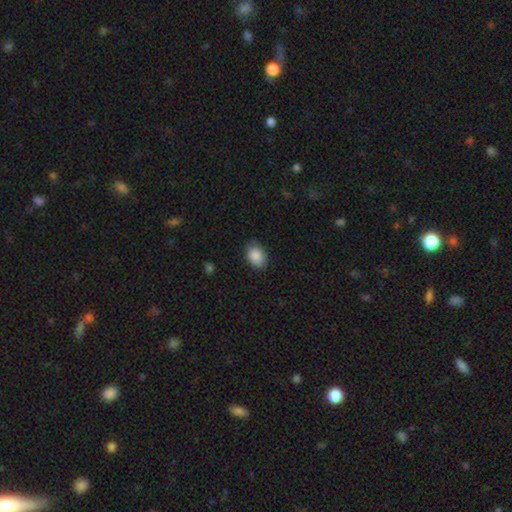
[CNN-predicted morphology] smooth 89%, star or artifact 7%, featured or disk 4%. Down the decision tree: how rounded — in between (76%); merging — none (81%).